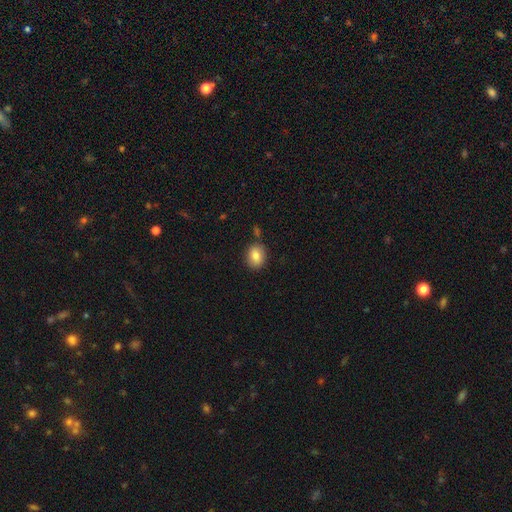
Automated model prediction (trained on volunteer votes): smooth-or-featured: smooth: 83% | featured or disk: 9% | star or artifact: 8%
  how-rounded: in between: 54% | round: 45% | cigar-shaped: 1%
  merging: none: 82% | minor disturbance: 11% | merger: 5% | major disturbance: 3%